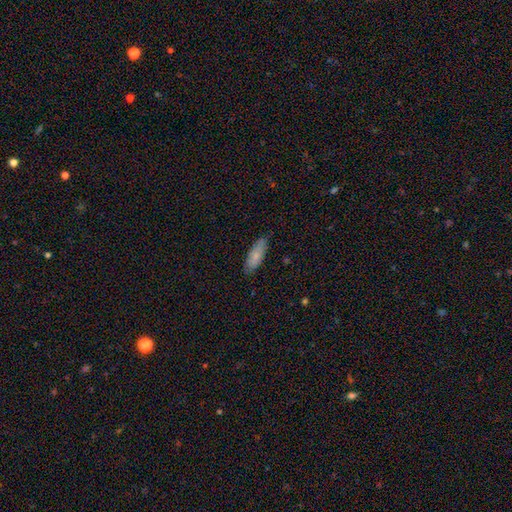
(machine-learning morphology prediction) smooth_or_featured: smooth (p=0.75) [alt: featured or disk p=0.19]
how_rounded: in between (p=0.64) [alt: cigar-shaped p=0.34]
merging: none (p=0.82) [alt: minor disturbance p=0.14]